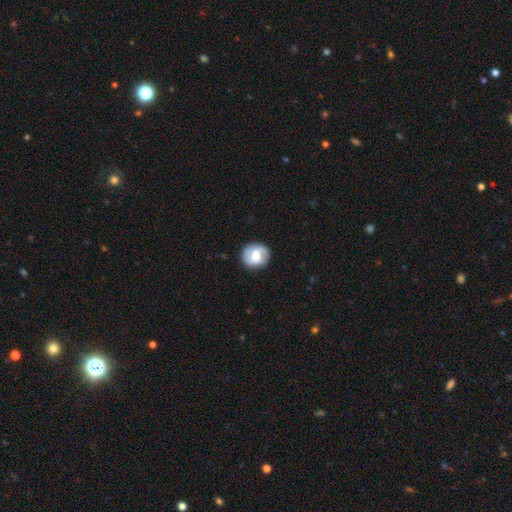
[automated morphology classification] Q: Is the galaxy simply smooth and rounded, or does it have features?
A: featured or disk — 55%.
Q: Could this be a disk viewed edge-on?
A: no — 97%.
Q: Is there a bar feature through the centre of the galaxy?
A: weak — 47%.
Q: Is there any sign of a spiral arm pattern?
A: yes — 83%.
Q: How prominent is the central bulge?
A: moderate — 64%.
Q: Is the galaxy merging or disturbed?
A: none — 85%.